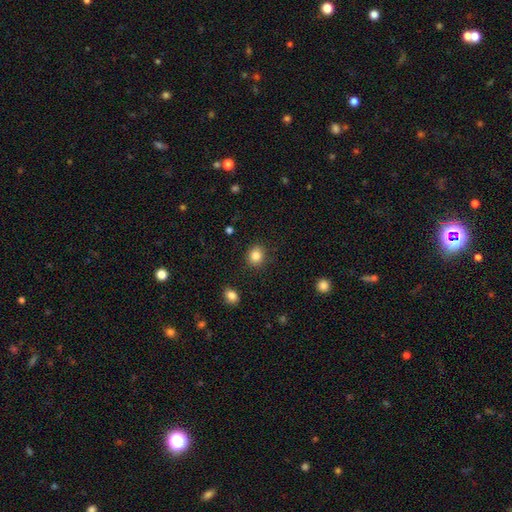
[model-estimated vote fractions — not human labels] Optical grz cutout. It shows a smooth galaxy with no disk features (85%) that is round (78%). Merging: none (87%).